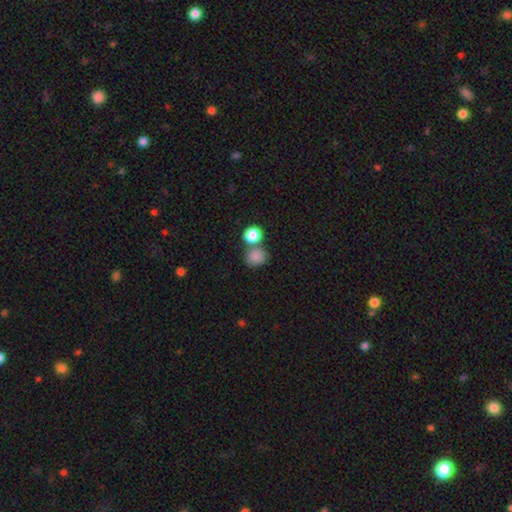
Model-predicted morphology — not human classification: This appears to be a smooth galaxy with no disk features (85%) that is round (80%). Merging: none (56%).